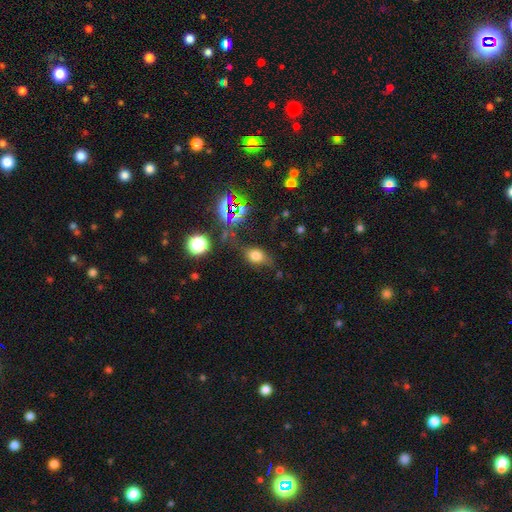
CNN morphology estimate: This is likely a smooth galaxy (65%). How rounded: likely in between (70%). Merging: likely none (63%).